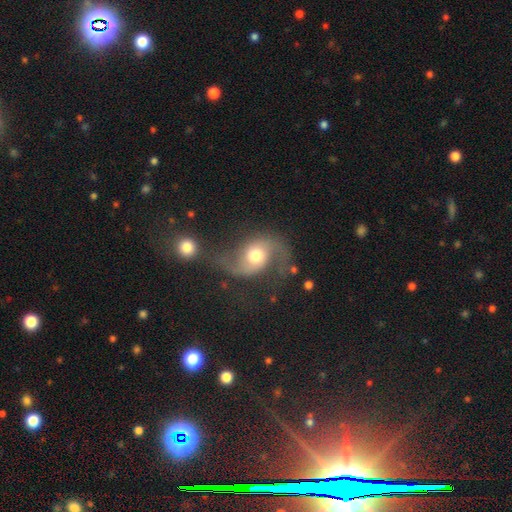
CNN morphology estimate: smooth-or-featured: featured or disk: 81% | smooth: 13% | star or artifact: 6%
  disk-edge-on: no: 98% | yes: 2%
    bar: no: 64% | weak: 28% | strong: 8%
    has-spiral-arms: yes: 95% | no: 5%
      spiral-winding: loose: 64% | medium: 30% | tight: 6%
      spiral-arm-count: 2: 92% | 1: 3% | can't tell: 2% | 3: 1% | 4: 1% | more than 4: 1%
    bulge-size: moderate: 68% | large: 19% | small: 10% | dominant: 3% | none: 1%
  merging: none: 57% | minor disturbance: 18% | major disturbance: 18% | merger: 8%